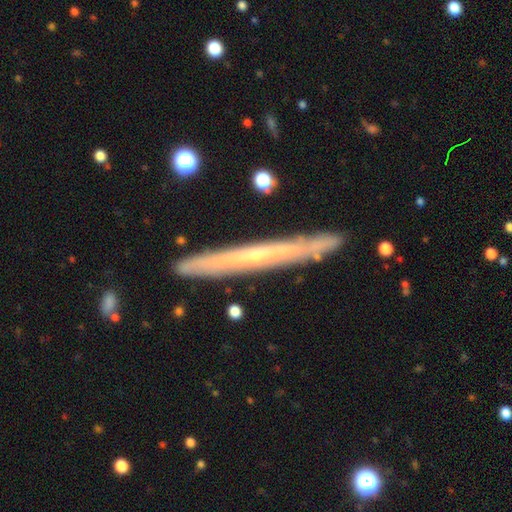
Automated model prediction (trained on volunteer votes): This appears to be a featured or disk galaxy (72%) viewed edge-on (93%) with no central bulge (57%). Merging: none (87%).